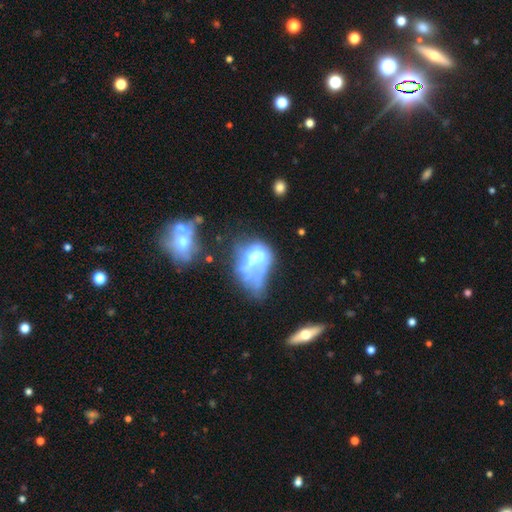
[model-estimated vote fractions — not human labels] featured or disk 47%, smooth 39%, star or artifact 15%. Down the decision tree: merging — major disturbance (41%).